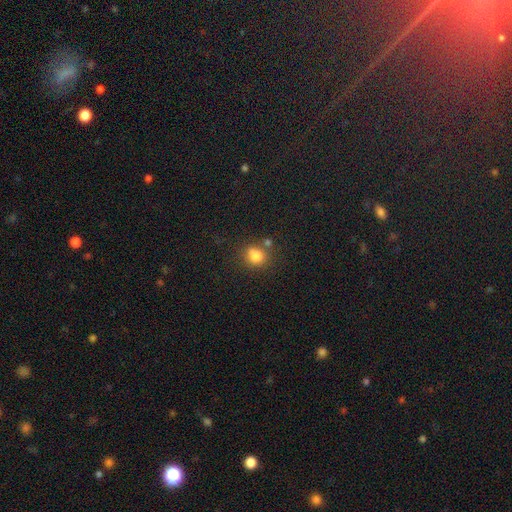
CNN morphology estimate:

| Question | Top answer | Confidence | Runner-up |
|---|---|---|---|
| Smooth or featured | smooth | 81% | star or artifact (12%) |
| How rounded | round | 69% | in between (30%) |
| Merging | none | 63% | merger (17%) |